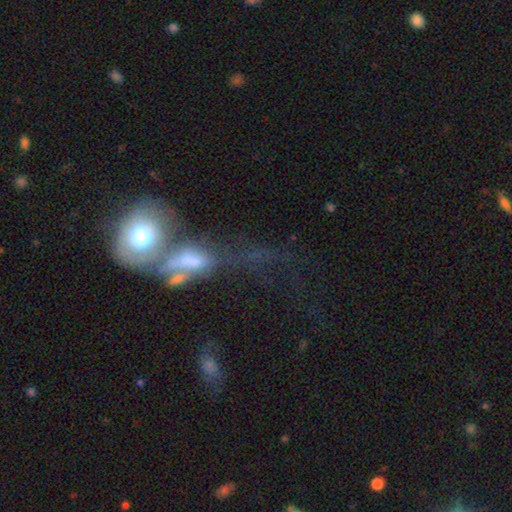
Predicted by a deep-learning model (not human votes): This is marginally a smooth galaxy (41%). Merging: possibly merger (56%).